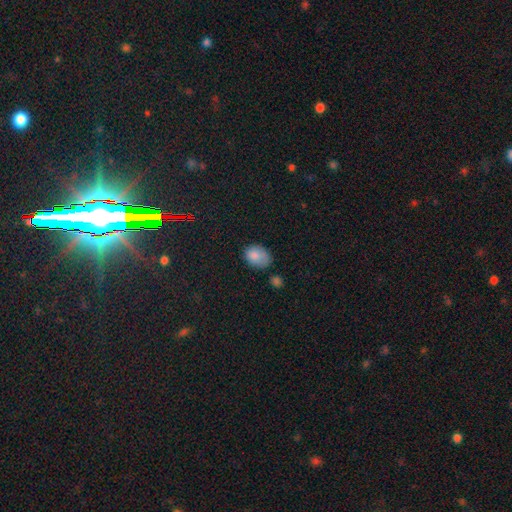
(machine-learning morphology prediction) smooth-or-featured: smooth: 84% | star or artifact: 9% | featured or disk: 7%
  how-rounded: in between: 75% | round: 24% | cigar-shaped: 1%
  merging: none: 53% | minor disturbance: 33% | major disturbance: 9% | merger: 6%